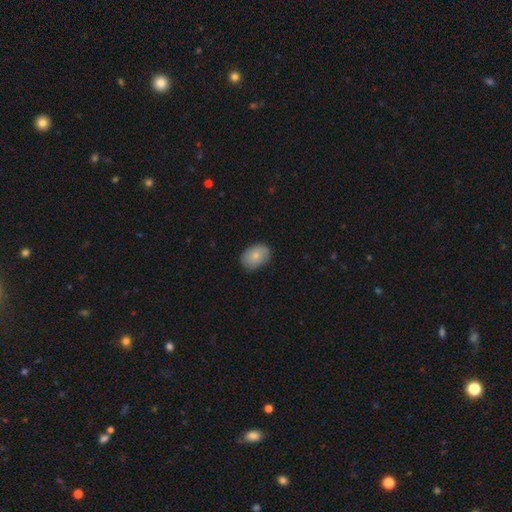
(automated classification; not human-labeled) Smooth or featured: smooth — 76% (featured or disk — 17%)
How rounded: in between — 74% (round — 25%)
Merging: none — 80% (minor disturbance — 17%)